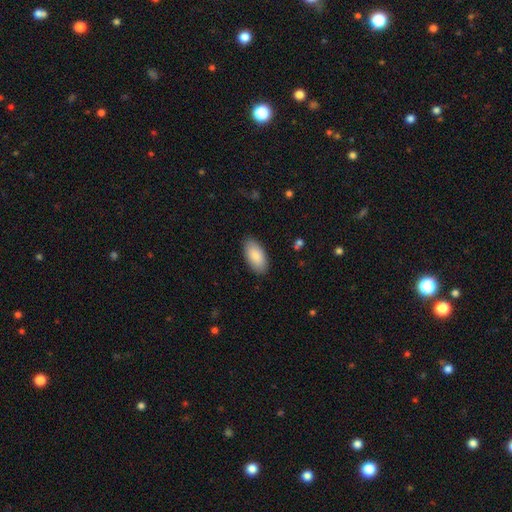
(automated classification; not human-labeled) This is clearly a smooth galaxy (86%). How rounded: clearly in between (95%). Merging: clearly none (88%).